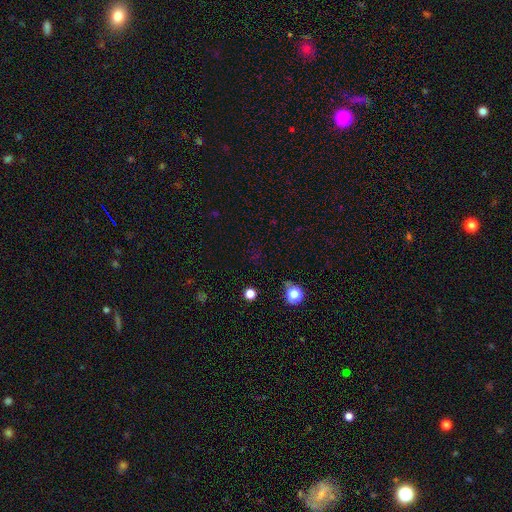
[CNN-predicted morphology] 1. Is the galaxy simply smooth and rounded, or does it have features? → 59% star or artifact, 34% smooth, 7% featured or disk.